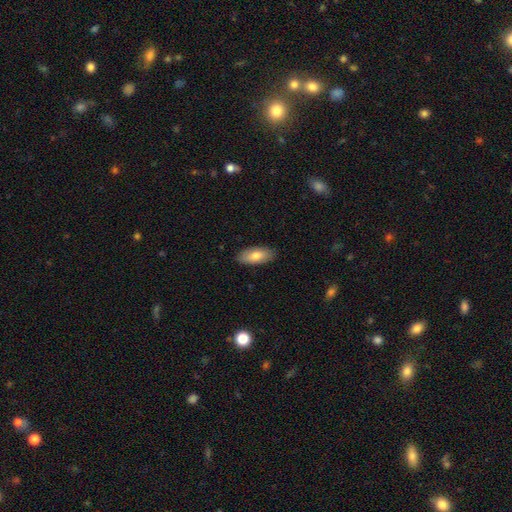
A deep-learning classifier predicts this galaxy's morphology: Overall: smooth (77%). How rounded: in between (86%). Merging: none (88%).